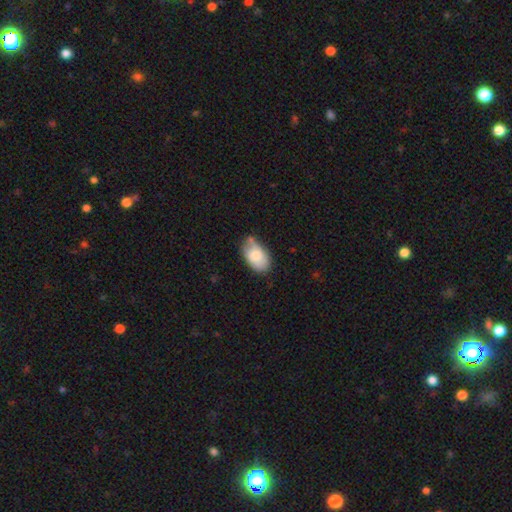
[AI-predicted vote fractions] Smooth or featured? Predicted: smooth (p=0.77). How rounded? Predicted: in between (p=0.93). Merging? Predicted: none (p=0.56).